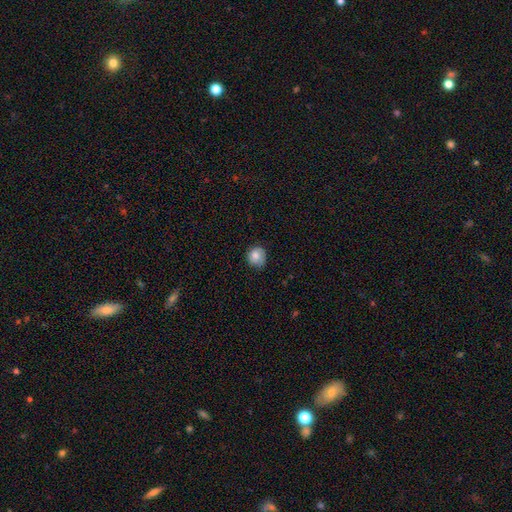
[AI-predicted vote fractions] smooth-or-featured: smooth: 80% | featured or disk: 11% | star or artifact: 8%
  how-rounded: round: 84% | in between: 15% | cigar-shaped: 1%
  merging: none: 74% | minor disturbance: 21% | major disturbance: 4% | merger: 1%